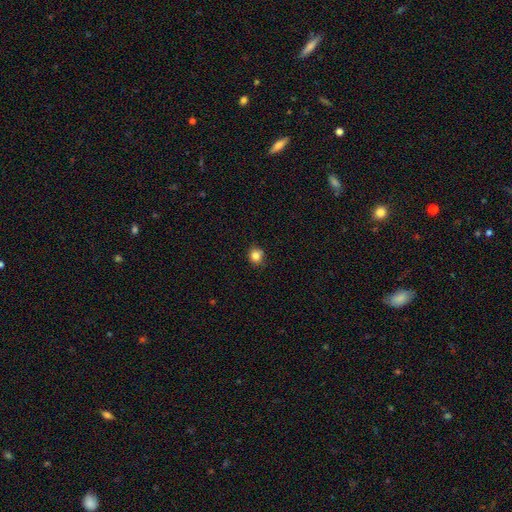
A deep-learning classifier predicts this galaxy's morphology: Smooth or featured: smooth — 84% (star or artifact — 11%)
How rounded: round — 81% (in between — 18%)
Merging: none — 80% (minor disturbance — 15%)